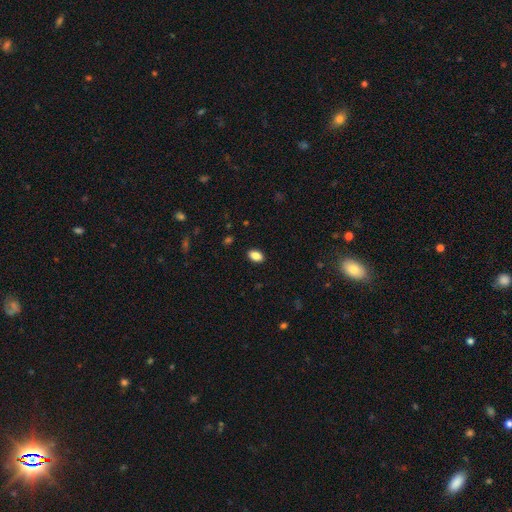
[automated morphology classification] Smooth or featured: smooth — 86% (star or artifact — 8%)
How rounded: in between — 90% (round — 7%)
Merging: none — 89% (minor disturbance — 8%)